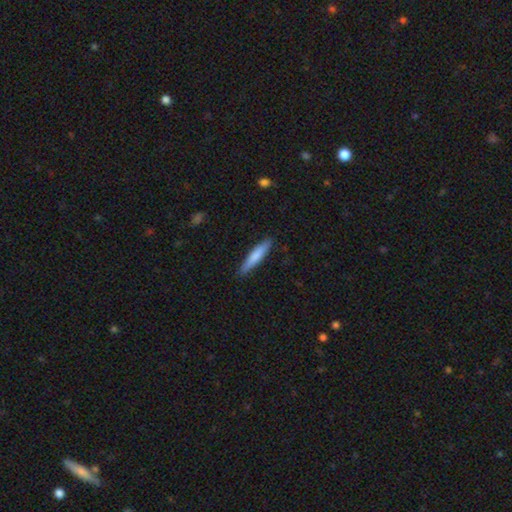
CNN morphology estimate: type=smooth (76%); roundness=cigar-shaped (89%); merging=none (88%).